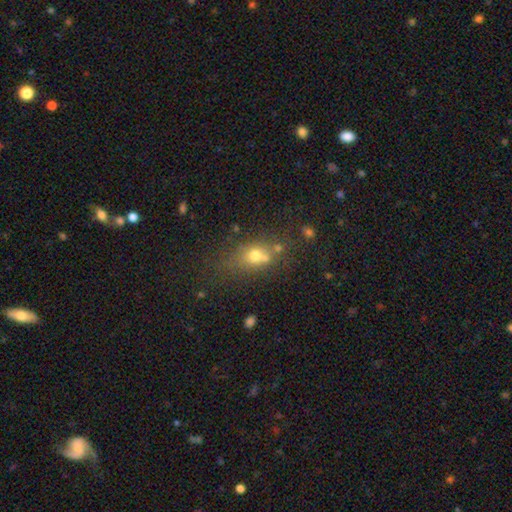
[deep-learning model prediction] Smooth or featured: smooth — 66% (featured or disk — 18%)
How rounded: in between — 49% (round — 47%)
Merging: none — 51% (merger — 27%)